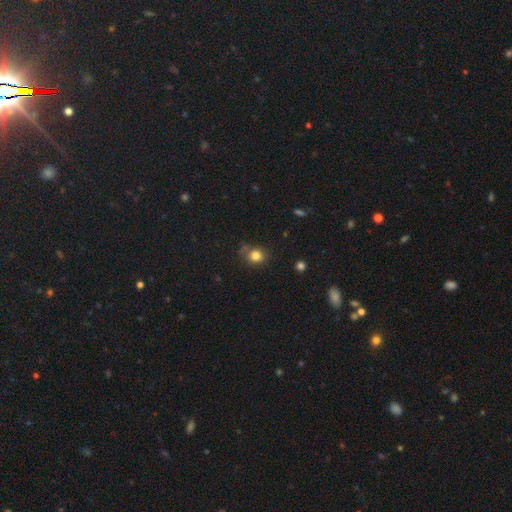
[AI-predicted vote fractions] smooth-or-featured: smooth: 82% | star or artifact: 12% | featured or disk: 6%
  how-rounded: round: 76% | in between: 23% | cigar-shaped: 1%
  merging: none: 72% | minor disturbance: 19% | major disturbance: 5% | merger: 4%